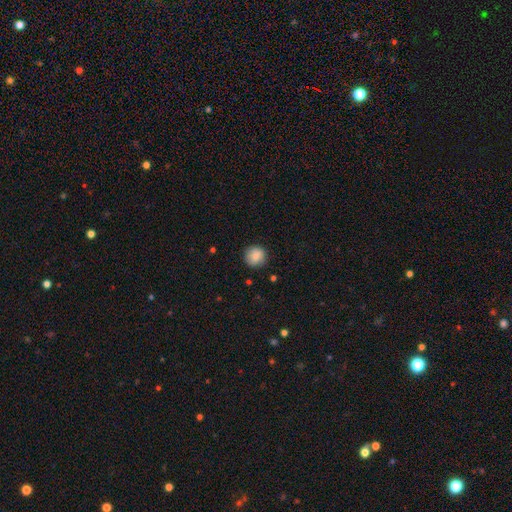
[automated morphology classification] Smooth or featured? Predicted: smooth (p=0.86). How rounded? Predicted: round (p=0.91). Merging? Predicted: none (p=0.86).